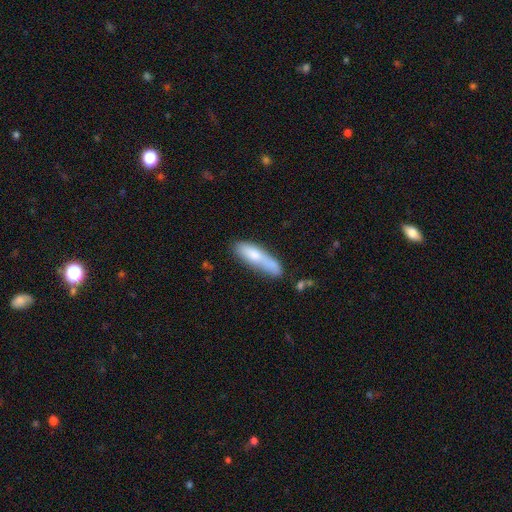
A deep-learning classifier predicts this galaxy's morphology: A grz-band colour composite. It shows a smooth galaxy with no disk features (72%) that is cigar-shaped (68%). Merging: none (49%).